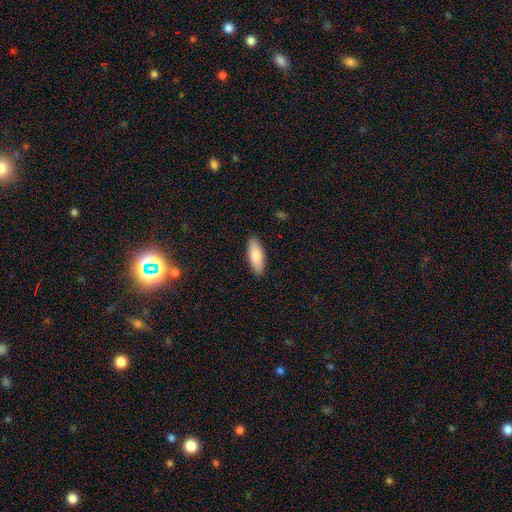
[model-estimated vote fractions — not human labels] smooth 83%, featured or disk 11%, star or artifact 6%. Down the decision tree: how rounded — in between (71%); merging — none (89%).